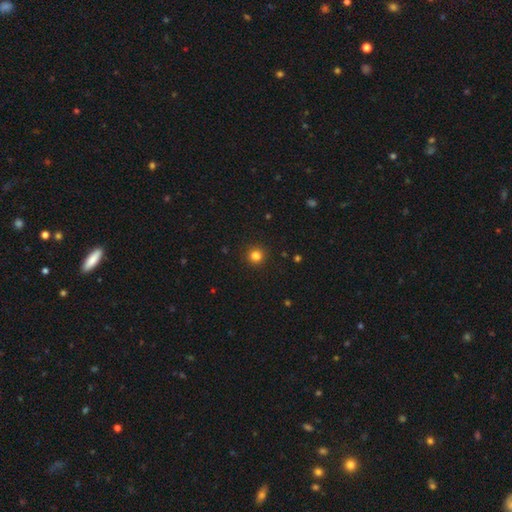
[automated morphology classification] smooth-or-featured: smooth: 83% | star or artifact: 13% | featured or disk: 4%
  how-rounded: round: 91% | in between: 8% | cigar-shaped: 1%
  merging: none: 90% | minor disturbance: 6% | major disturbance: 2% | merger: 1%